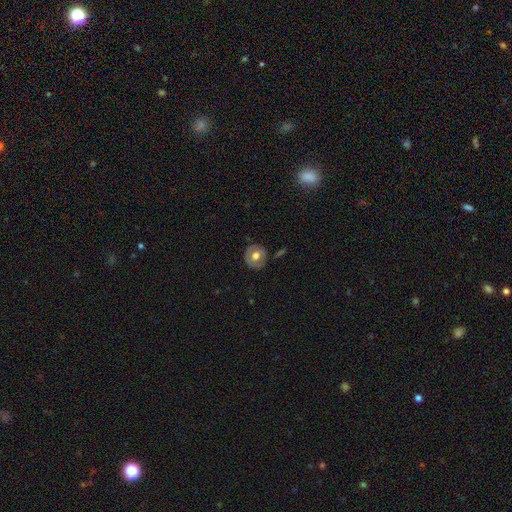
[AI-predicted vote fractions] Morphology: type=smooth (55%); roundness=round (86%); merging=none (82%).